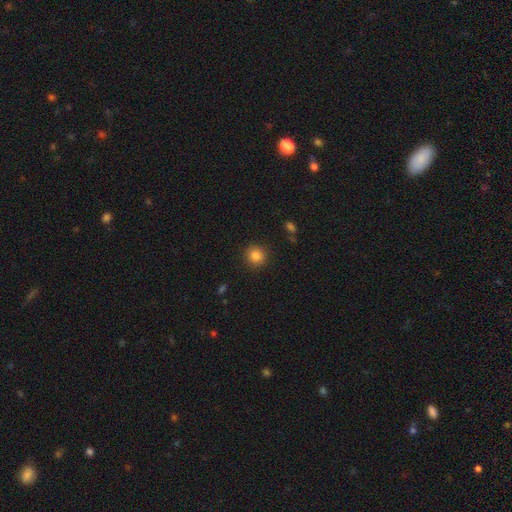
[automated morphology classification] Smooth or featured? Predicted: smooth (p=0.84). How rounded? Predicted: round (p=0.90). Merging? Predicted: none (p=0.90).